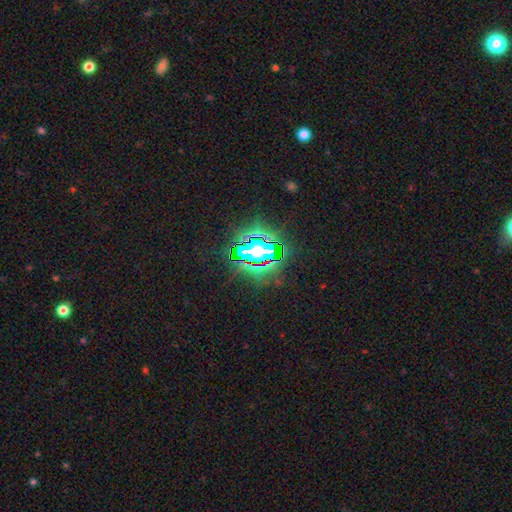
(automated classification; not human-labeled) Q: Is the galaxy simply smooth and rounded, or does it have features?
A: star or artifact — 82%.